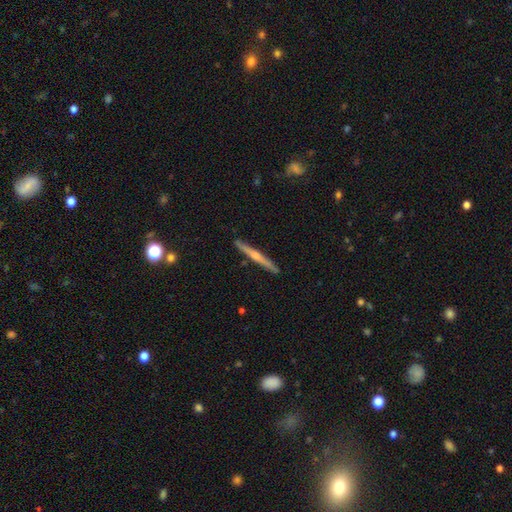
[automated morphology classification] Smooth or featured? Predicted: featured or disk (p=0.63). Edge-on disk? Predicted: yes (p=0.98). Edge-on bulge? Predicted: rounded (p=0.71). Merging? Predicted: none (p=0.91).